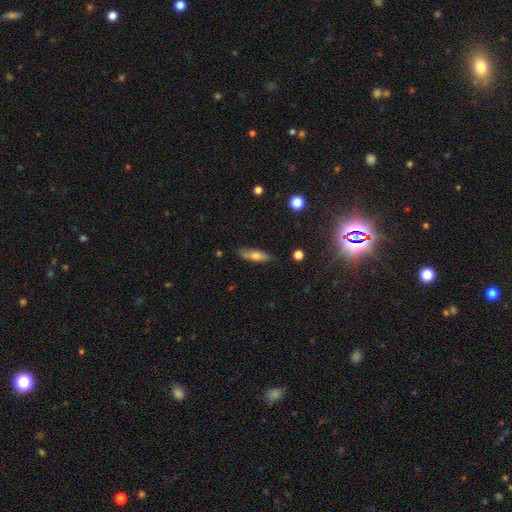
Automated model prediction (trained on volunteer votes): This appears to be a smooth galaxy with no disk features (63%) that is cigar-shaped (59%). Merging: none (82%).